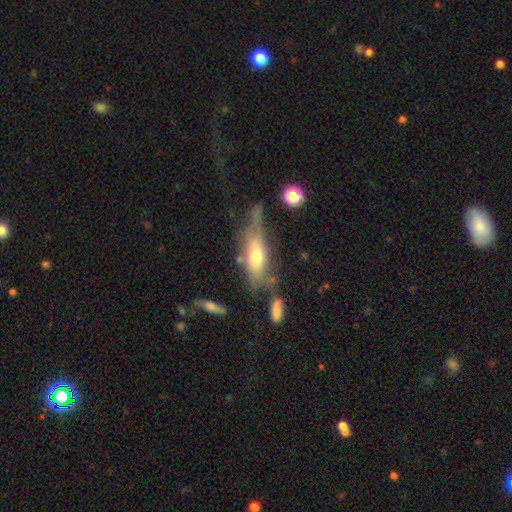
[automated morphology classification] smooth-or-featured: smooth: 49% | featured or disk: 43% | star or artifact: 8%
  merging: none: 38% | minor disturbance: 27% | major disturbance: 21% | merger: 14%